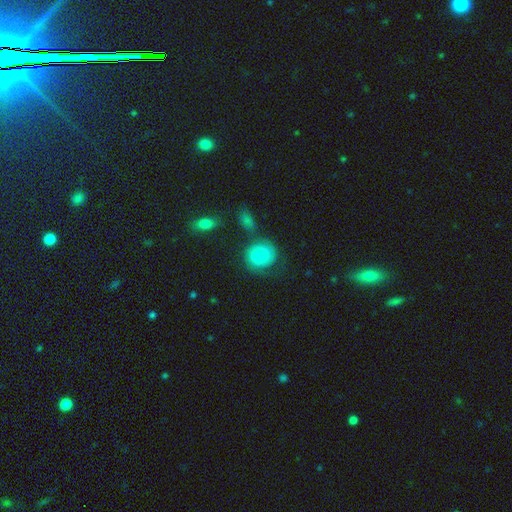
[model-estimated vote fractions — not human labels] The model was most divided on "merging": none: 52%, minor disturbance: 23%, major disturbance: 14%, merger: 12%. More confident: smooth or featured — smooth (75%); how rounded — round (70%).